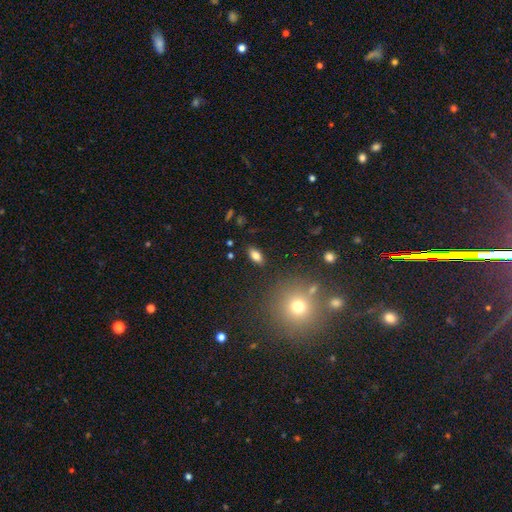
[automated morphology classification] Smooth or featured? Predicted: smooth (p=0.78). How rounded? Predicted: in between (p=0.87). Merging? Predicted: none (p=0.87).